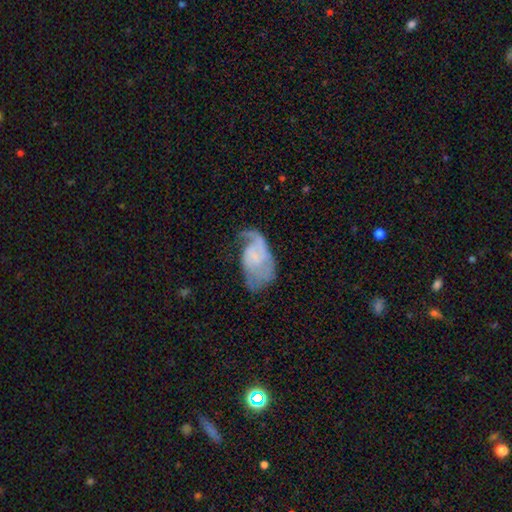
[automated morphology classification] This is likely a featured or disk galaxy (68%). It is clearly not viewed edge-on (97%). Bar: likely no (64%). Spiral arm pattern: clearly yes (82%). Spiral arm count: possibly 1 (45%). Spiral winding: marginally medium (38%). Central bulge: marginally none (44%). Merging: marginally major disturbance (38%).